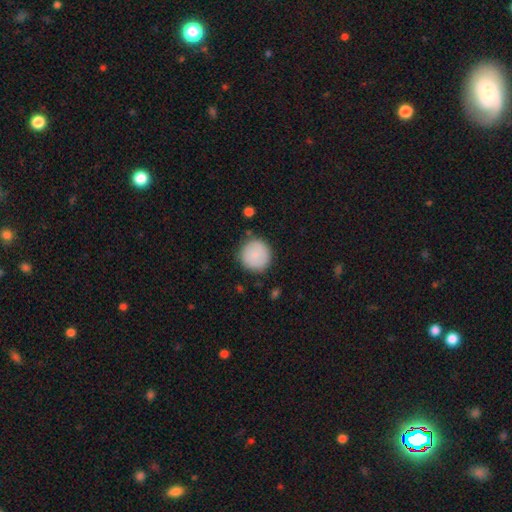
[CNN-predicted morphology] smooth 84%, featured or disk 9%, star or artifact 6%. Down the decision tree: how rounded — round (95%); merging — none (87%).